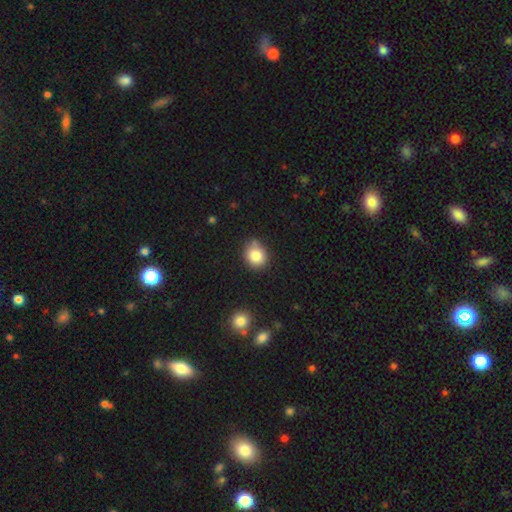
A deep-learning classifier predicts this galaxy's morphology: Q: Smooth or featured?
A: smooth (83%); runner-up: star or artifact (10%)
Q: How rounded?
A: round (72%); runner-up: in between (27%)
Q: Merging?
A: none (71%); runner-up: minor disturbance (18%)